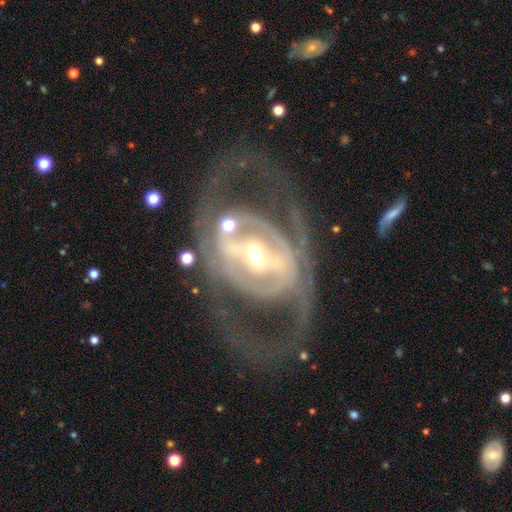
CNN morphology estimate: type=featured or disk (87%); edge-on=no (94%); bar=strong (56%); spiral arms=yes (73%); winding=medium (43%); arm count=2 (63%); bulge=moderate (47%); merging=none (58%).